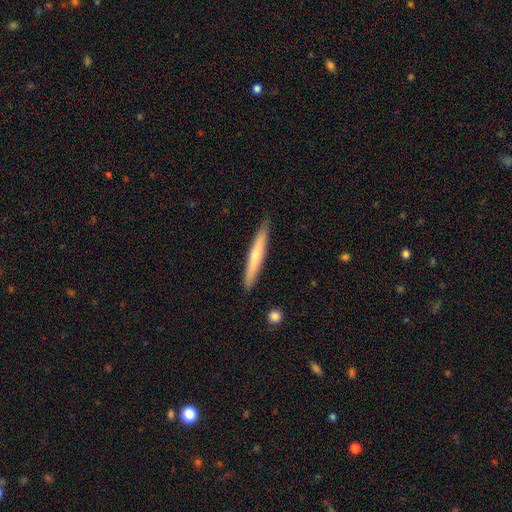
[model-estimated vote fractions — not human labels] Q: Smooth or featured?
A: smooth (55%); runner-up: featured or disk (40%)
Q: How rounded?
A: cigar-shaped (95%); runner-up: in between (4%)
Q: Merging?
A: none (89%); runner-up: minor disturbance (8%)